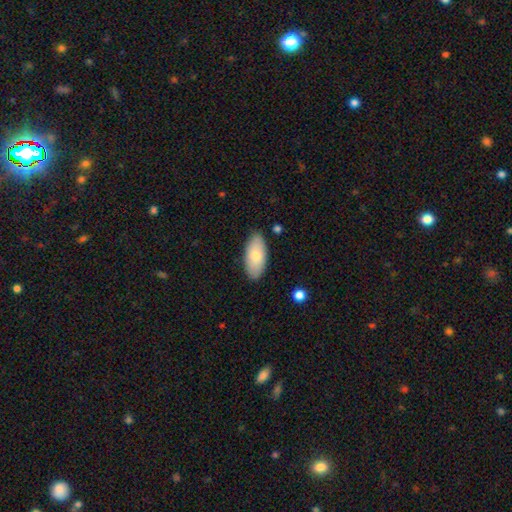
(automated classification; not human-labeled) Smooth or featured? Predicted: smooth (p=0.75). How rounded? Predicted: in between (p=0.92). Merging? Predicted: none (p=0.85).